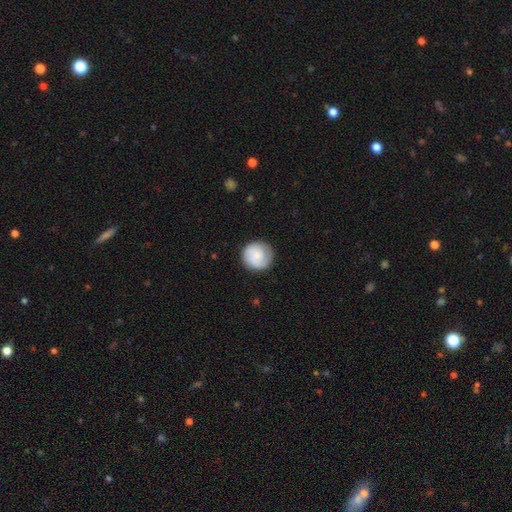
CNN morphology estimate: This appears to be a smooth galaxy with no disk features (60%) that is round (93%). Merging: none (83%).